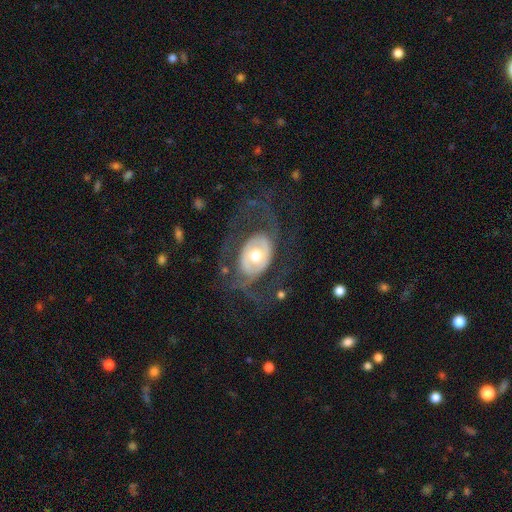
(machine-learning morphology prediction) Smooth or featured: featured or disk — 76% (smooth — 19%)
Edge-on disk: no — 94% (yes — 6%)
Bar: no — 69% (weak — 22%)
Spiral arms: yes — 68% (no — 32%)
Bulge size: moderate — 68% (large — 20%)
Merging: none — 55% (major disturbance — 29%)